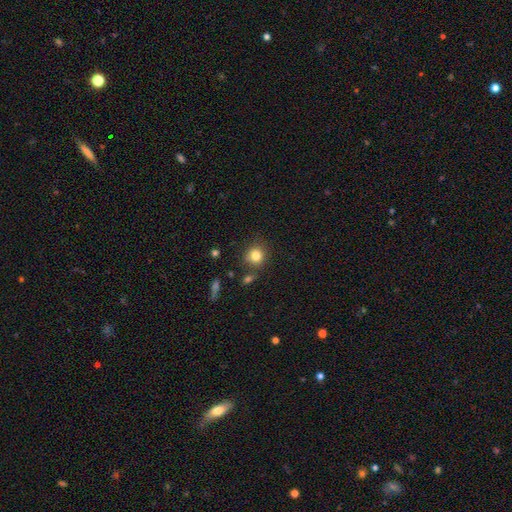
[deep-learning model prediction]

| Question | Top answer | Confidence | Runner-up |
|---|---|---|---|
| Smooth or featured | smooth | 82% | star or artifact (11%) |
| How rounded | round | 85% | in between (14%) |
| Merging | none | 78% | minor disturbance (12%) |